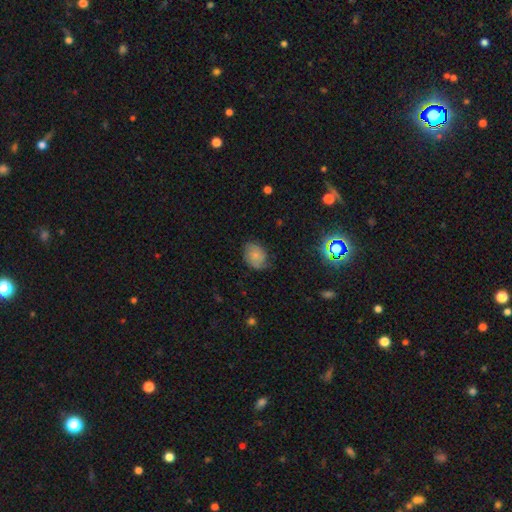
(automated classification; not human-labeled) Smooth or featured? smooth (65%)
How rounded? in between (53%)
Merging? none (62%)